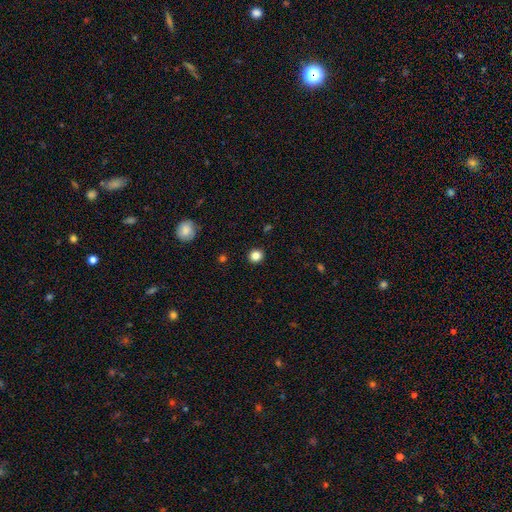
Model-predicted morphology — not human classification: A smooth galaxy with no disk features (84%) that is round (87%).

Vote fractions:
- Smooth or featured? smooth: 84% / star or artifact: 11% / featured or disk: 4%
- How rounded? round: 87% / in between: 12% / cigar-shaped: 1%
- Merging? none: 92% / minor disturbance: 6% / major disturbance: 2% / merger: 1%